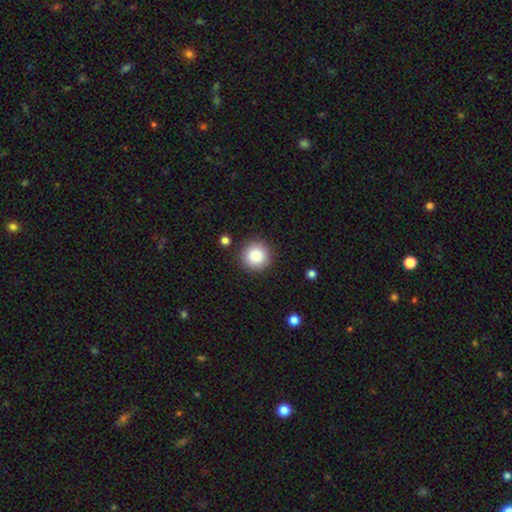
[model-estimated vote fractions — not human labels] Smooth or featured?
  - smooth: 85% *
  - star or artifact: 9%
  - featured or disk: 5%
How rounded?
  - round: 95% *
  - in between: 4%
  - cigar-shaped: 1%
Merging?
  - none: 90% *
  - minor disturbance: 6%
  - major disturbance: 2%
  - merger: 2%